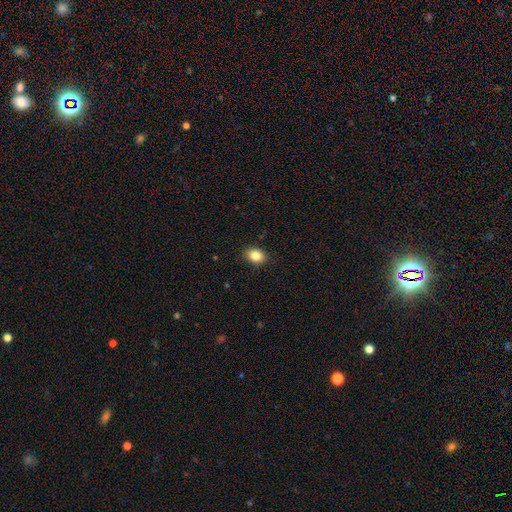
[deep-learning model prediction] Smooth or featured: smooth — 85% (star or artifact — 9%)
How rounded: in between — 70% (round — 29%)
Merging: none — 88% (minor disturbance — 9%)